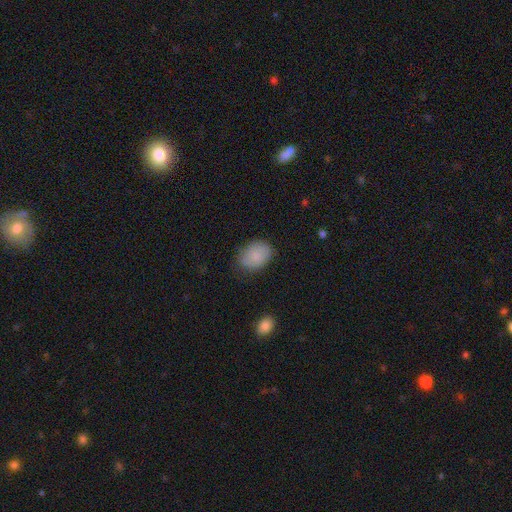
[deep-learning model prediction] Smooth or featured? smooth (82%)
How rounded? in between (72%)
Merging? none (72%)